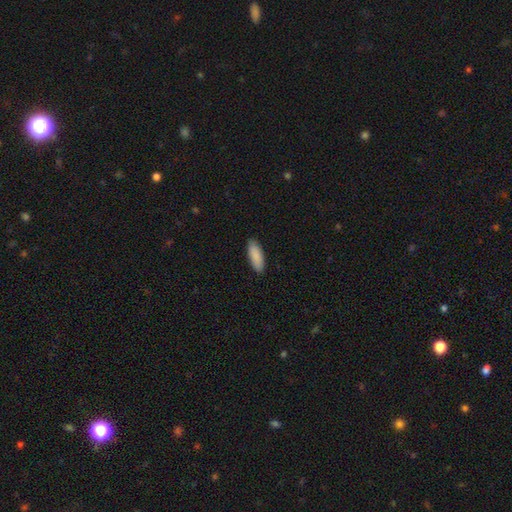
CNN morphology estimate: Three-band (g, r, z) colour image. It shows a smooth galaxy with no disk features (90%) that is in between round and cigar-shaped (67%). Merging: none (89%).